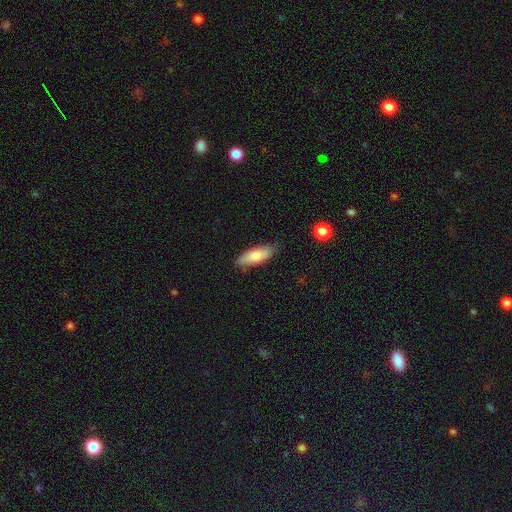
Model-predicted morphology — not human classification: smooth 80%, featured or disk 14%, star or artifact 6%. Down the decision tree: how rounded — in between (66%); merging — none (79%).